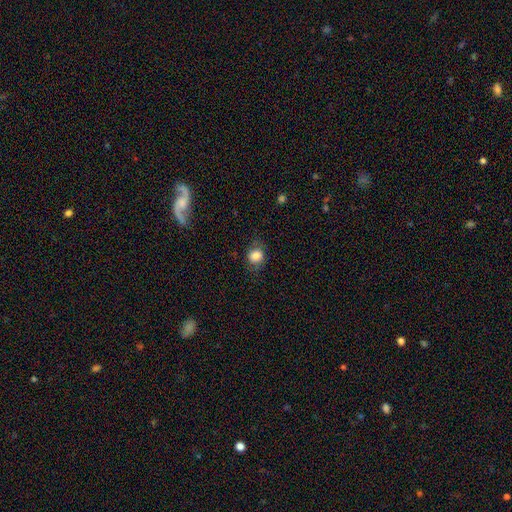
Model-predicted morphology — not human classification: smooth_or_featured: smooth (p=0.81) [alt: featured or disk p=0.10]
how_rounded: round (p=0.64) [alt: in between p=0.35]
merging: none (p=0.68) [alt: minor disturbance p=0.21]